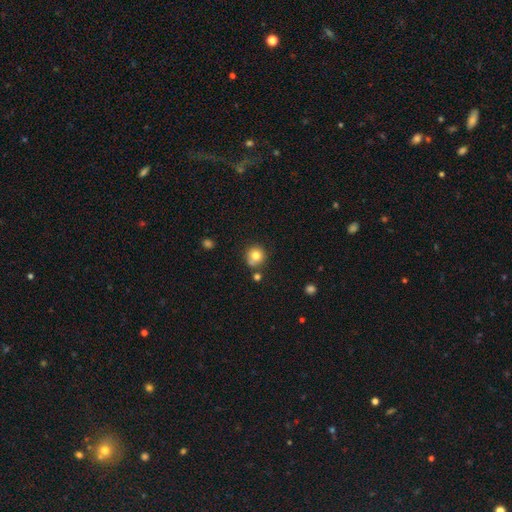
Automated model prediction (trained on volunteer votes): This is likely a smooth galaxy (79%). How rounded: clearly round (91%). Merging: likely none (74%).